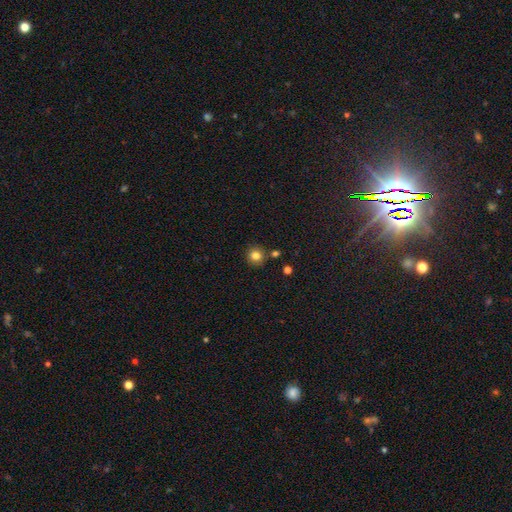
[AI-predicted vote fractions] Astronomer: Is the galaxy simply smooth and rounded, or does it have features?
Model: smooth — 82%.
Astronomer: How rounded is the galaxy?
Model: round — 90%.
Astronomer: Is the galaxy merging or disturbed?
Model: none — 82%.